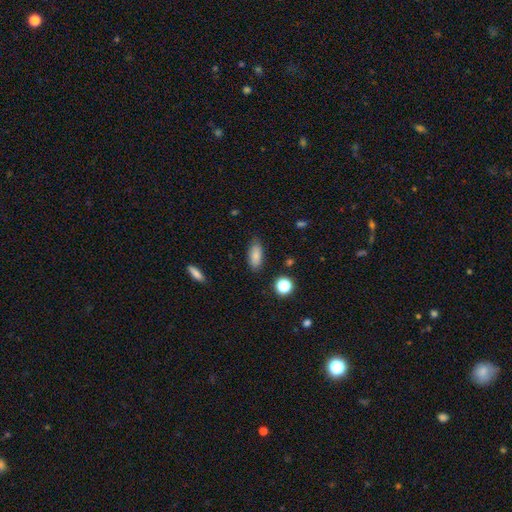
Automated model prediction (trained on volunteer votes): This appears to be a smooth galaxy with no disk features (84%) that is in between round and cigar-shaped (82%). Merging: none (82%).